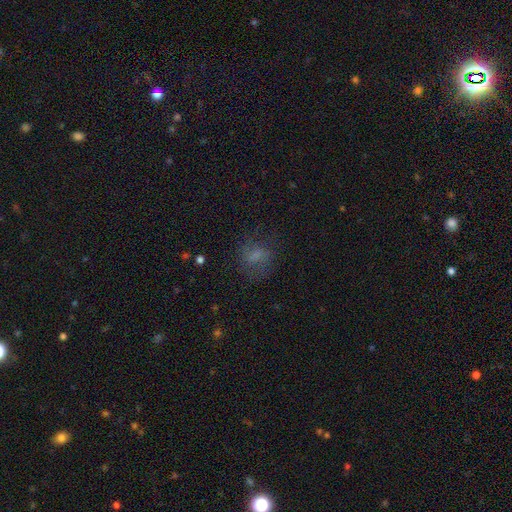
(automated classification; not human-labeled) Smooth or featured? Predicted: smooth (p=0.57). How rounded? Predicted: round (p=0.49). Merging? Predicted: none (p=0.65).